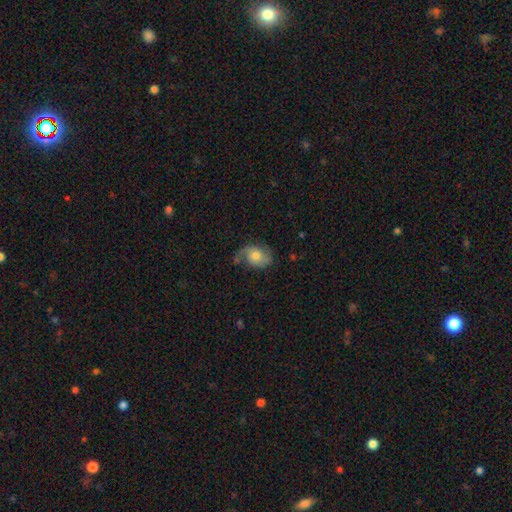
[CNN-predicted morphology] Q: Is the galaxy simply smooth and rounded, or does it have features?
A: featured or disk — 47%.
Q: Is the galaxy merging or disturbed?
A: none — 50%.